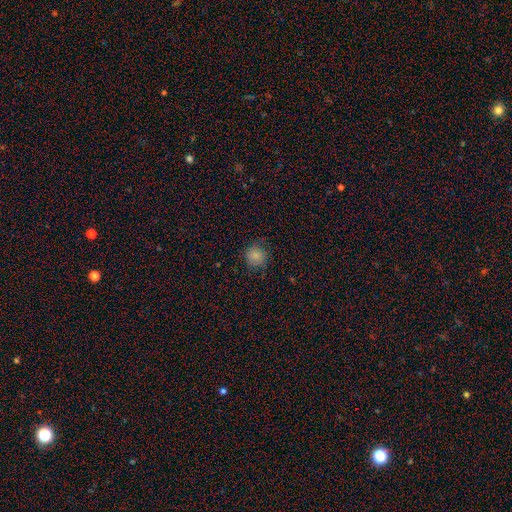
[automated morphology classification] smooth-or-featured: smooth: 82% | star or artifact: 11% | featured or disk: 7%
  how-rounded: round: 88% | in between: 11% | cigar-shaped: 1%
  merging: none: 78% | minor disturbance: 16% | major disturbance: 4% | merger: 1%